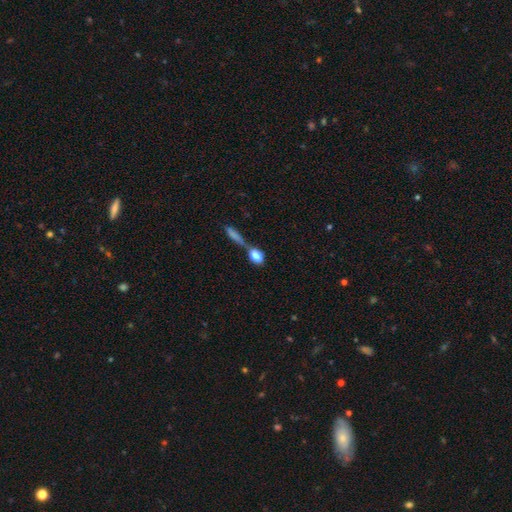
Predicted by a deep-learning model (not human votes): Smooth or featured: smooth — 75% (featured or disk — 15%)
How rounded: in between — 72% (round — 18%)
Merging: merger — 58% (none — 21%)